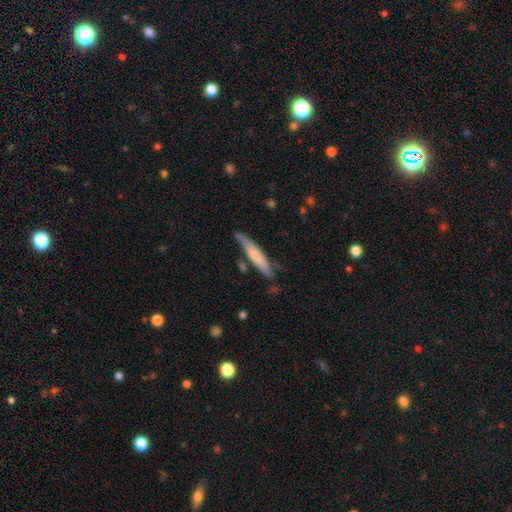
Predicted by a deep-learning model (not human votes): Smooth or featured?
  - smooth: 62% *
  - featured or disk: 33%
  - star or artifact: 5%
How rounded?
  - cigar-shaped: 90% *
  - in between: 8%
  - round: 1%
Merging?
  - none: 71% *
  - minor disturbance: 20%
  - merger: 5%
  - major disturbance: 4%